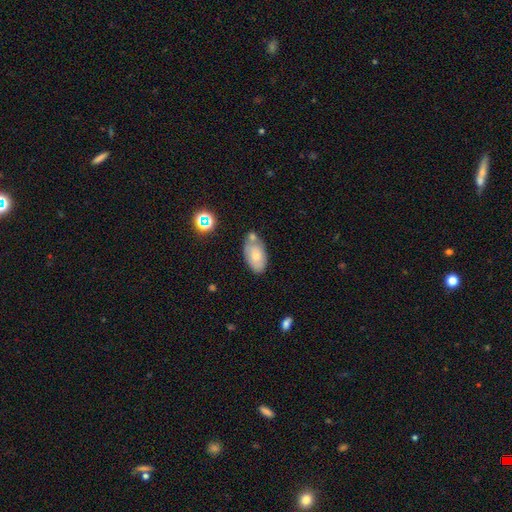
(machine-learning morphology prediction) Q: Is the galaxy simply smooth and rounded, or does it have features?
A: smooth — 67%.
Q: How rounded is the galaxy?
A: in between — 93%.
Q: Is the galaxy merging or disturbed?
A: none — 52%.